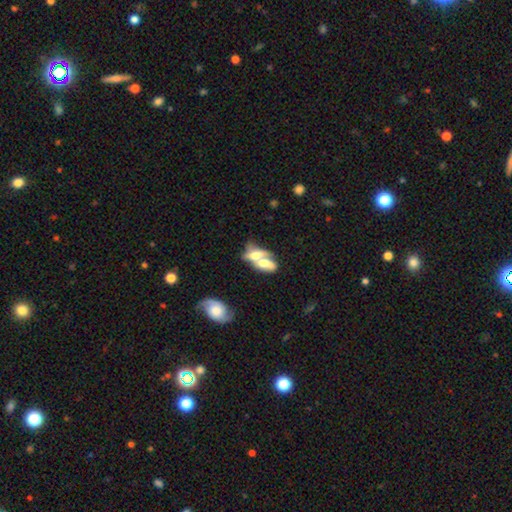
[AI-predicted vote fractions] smooth_or_featured: smooth (p=0.50) [alt: featured or disk p=0.42]
merging: merger (p=0.72) [alt: none p=0.15]